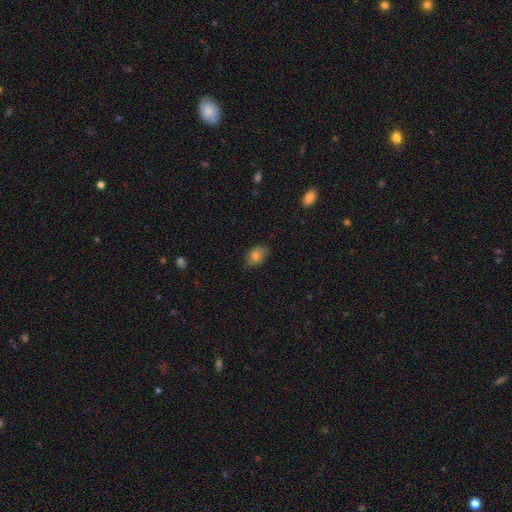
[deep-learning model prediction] Smooth or featured?
  - smooth: 80% *
  - featured or disk: 10%
  - star or artifact: 10%
How rounded?
  - in between: 83% *
  - round: 16%
  - cigar-shaped: 2%
Merging?
  - none: 77% *
  - minor disturbance: 18%
  - major disturbance: 3%
  - merger: 1%